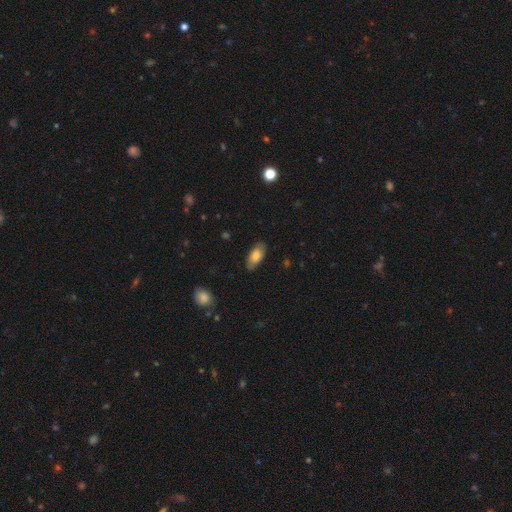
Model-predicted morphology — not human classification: The model was most divided on "smooth or featured": smooth: 69%, featured or disk: 24%, star or artifact: 7%. More confident: how rounded — in between (91%); merging — none (80%).